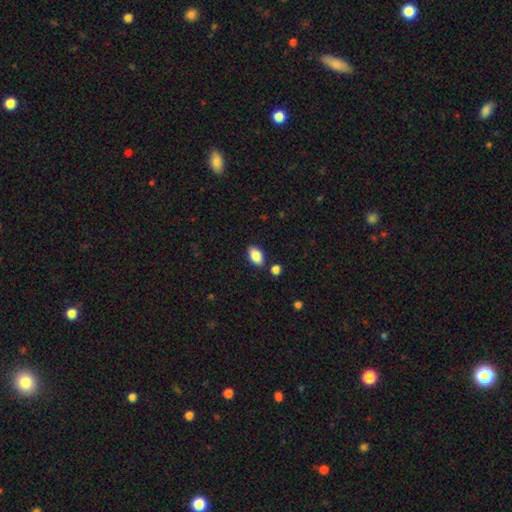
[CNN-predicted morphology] smooth-or-featured: smooth: 86% | star or artifact: 7% | featured or disk: 6%
  how-rounded: in between: 92% | round: 6% | cigar-shaped: 2%
  merging: none: 84% | minor disturbance: 9% | merger: 5% | major disturbance: 2%